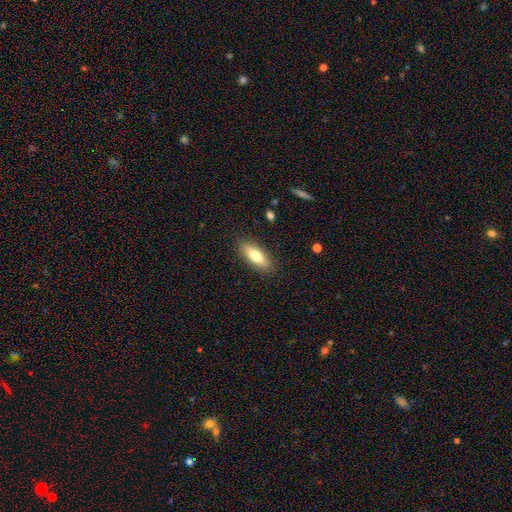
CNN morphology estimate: A smooth galaxy with no disk features (73%) that is in between round and cigar-shaped (68%). Merging: none (88%).